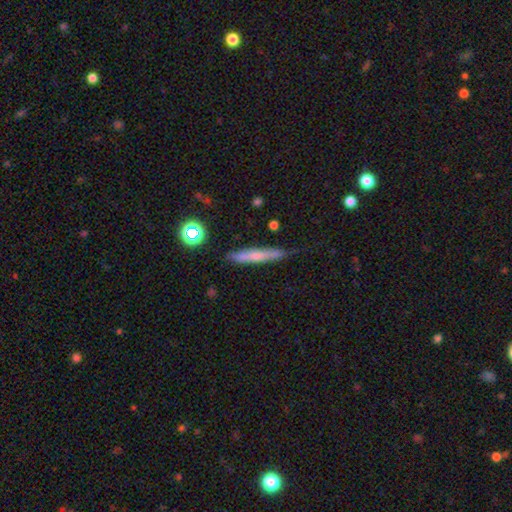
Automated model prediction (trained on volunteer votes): A smooth galaxy with no disk features (59%) that is cigar-shaped (92%). Merging: none (75%).